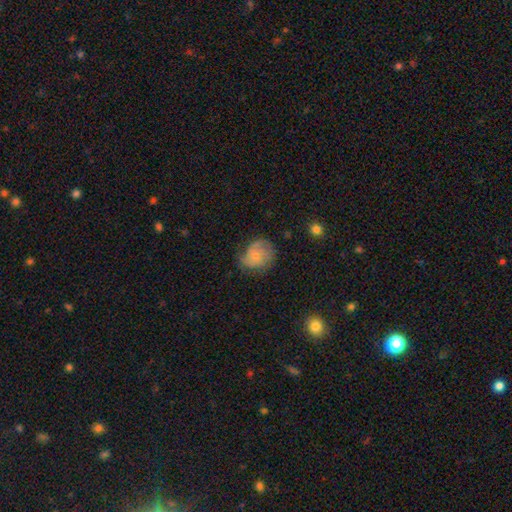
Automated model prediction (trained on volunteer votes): featured or disk 47%, smooth 45%, star or artifact 9%. Down the decision tree: merging — none (60%).